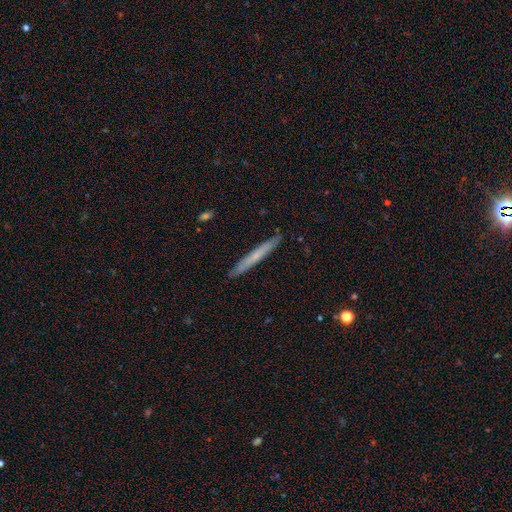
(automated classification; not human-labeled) Smooth or featured? Predicted: smooth (p=0.58). How rounded? Predicted: cigar-shaped (p=0.97). Merging? Predicted: none (p=0.90).